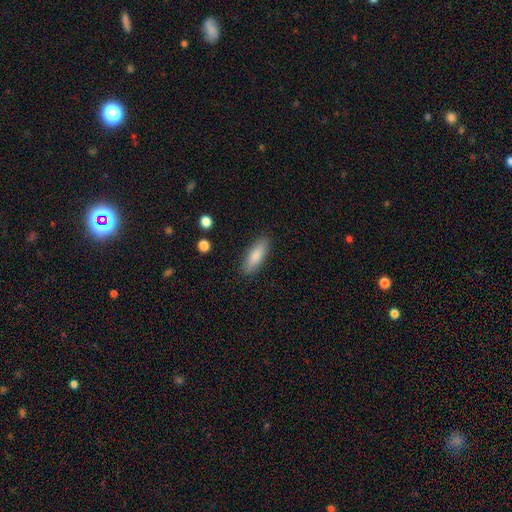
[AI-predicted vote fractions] smooth 83%, featured or disk 11%, star or artifact 6%. Down the decision tree: how rounded — cigar-shaped (50%); merging — none (88%).